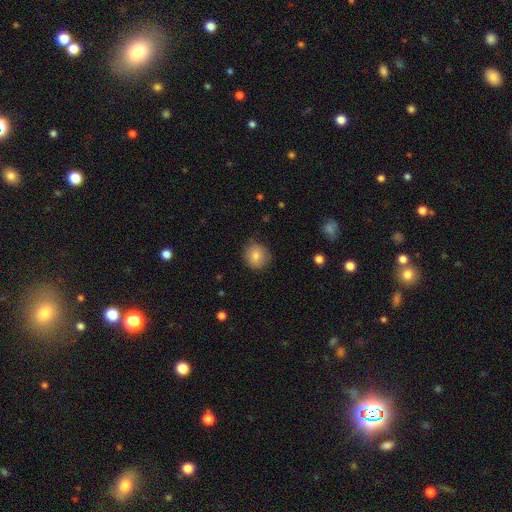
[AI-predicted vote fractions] smooth-or-featured: smooth: 80% | featured or disk: 11% | star or artifact: 9%
  how-rounded: round: 89% | in between: 10% | cigar-shaped: 1%
  merging: none: 86% | minor disturbance: 11% | major disturbance: 3% | merger: 1%